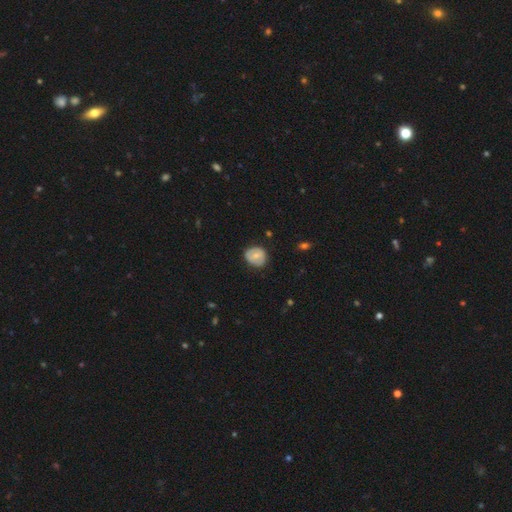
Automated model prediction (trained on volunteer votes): Overall: smooth (60%; featured or disk 33%). How rounded: round (77%). Merging: none (77%).